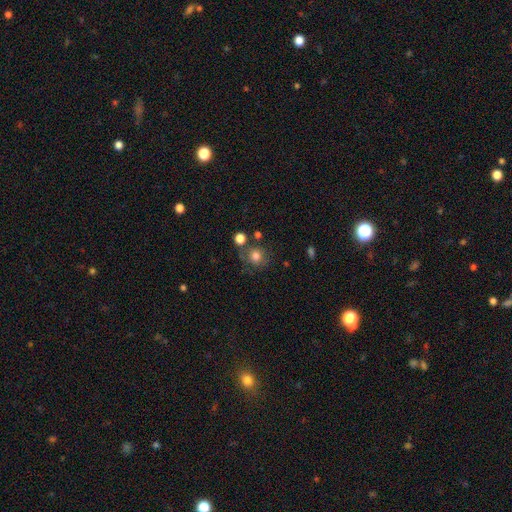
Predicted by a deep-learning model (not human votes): Smooth or featured?
  - smooth: 75% *
  - star or artifact: 13%
  - featured or disk: 12%
How rounded?
  - round: 86% *
  - in between: 13%
  - cigar-shaped: 1%
Merging?
  - none: 68% *
  - minor disturbance: 14%
  - merger: 11%
  - major disturbance: 7%